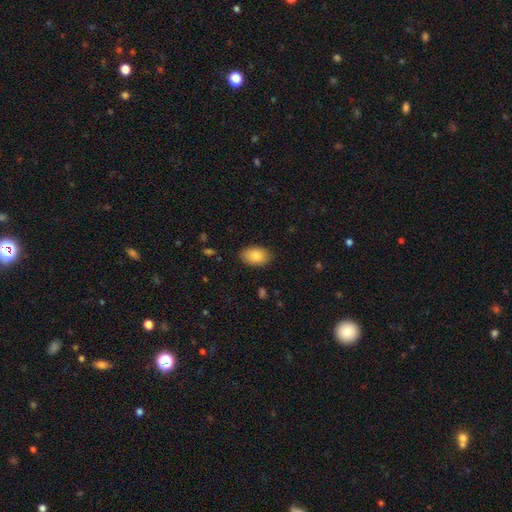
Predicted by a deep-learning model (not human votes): Q: Smooth or featured?
A: smooth (86%); runner-up: featured or disk (7%)
Q: How rounded?
A: in between (89%); runner-up: round (9%)
Q: Merging?
A: none (86%); runner-up: minor disturbance (11%)